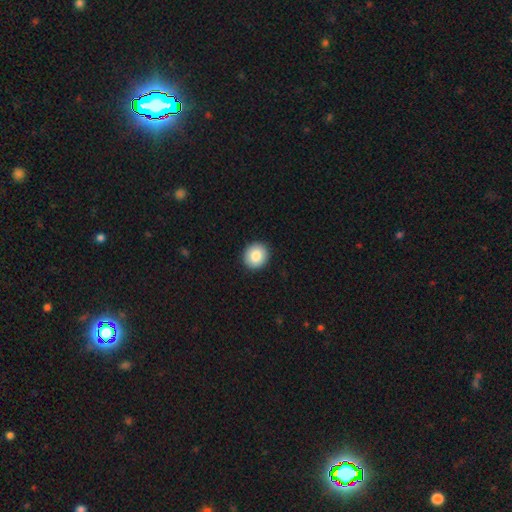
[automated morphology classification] smooth-or-featured: smooth: 85% | star or artifact: 8% | featured or disk: 7%
  how-rounded: round: 85% | in between: 14% | cigar-shaped: 1%
  merging: none: 92% | minor disturbance: 5% | major disturbance: 1% | merger: 1%